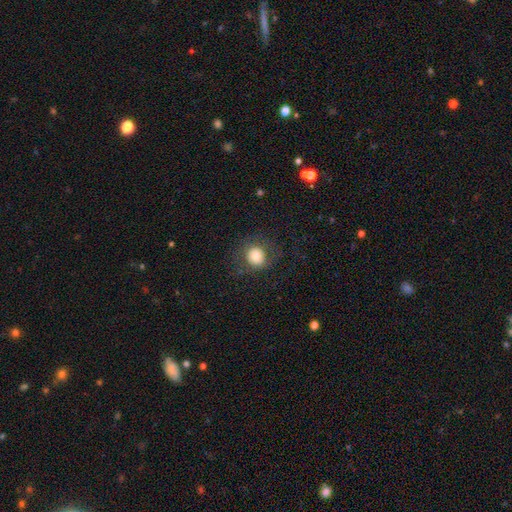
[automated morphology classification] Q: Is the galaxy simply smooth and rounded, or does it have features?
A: smooth — 73%.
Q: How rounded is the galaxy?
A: round — 85%.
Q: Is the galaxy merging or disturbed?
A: none — 78%.